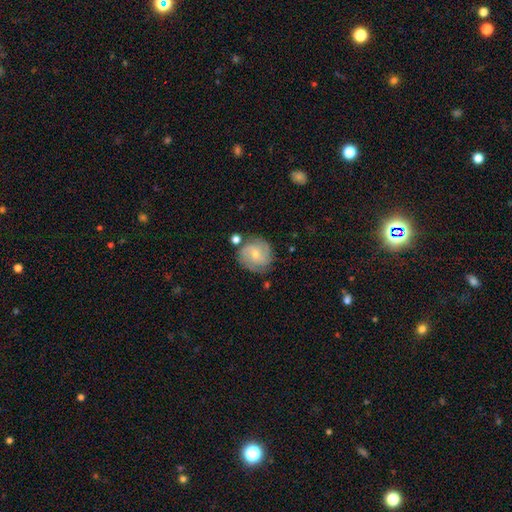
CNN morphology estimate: Smooth or featured?
  - featured or disk: 65% *
  - smooth: 28%
  - star or artifact: 7%
Edge-on disk?
  - no: 97% *
  - yes: 3%
Bar?
  - no: 54% *
  - weak: 39%
  - strong: 7%
Spiral arms?
  - yes: 90% *
  - no: 10%
Spiral winding?
  - tight: 45% *
  - medium: 40%
  - loose: 14%
Spiral arm count?
  - 2: 44% *
  - can't tell: 24%
  - 3: 20%
  - 4: 5%
  - 1: 4%
  - more than 4: 3%
Bulge size?
  - small: 62% *
  - moderate: 33%
  - none: 3%
  - large: 1%
  - dominant: 1%
Merging?
  - none: 73% *
  - minor disturbance: 16%
  - merger: 6%
  - major disturbance: 5%